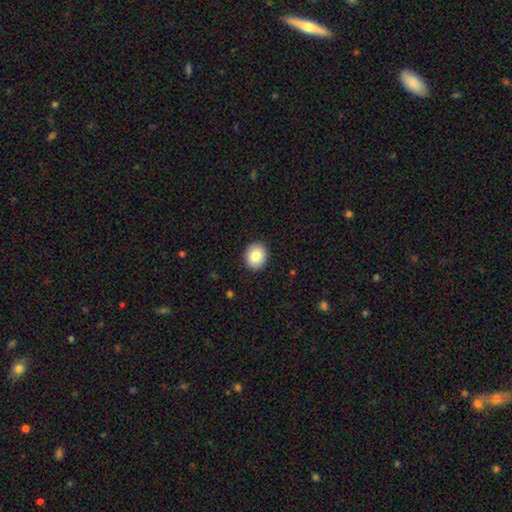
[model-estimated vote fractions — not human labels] Smooth or featured? smooth (84%)
How rounded? round (72%)
Merging? none (91%)